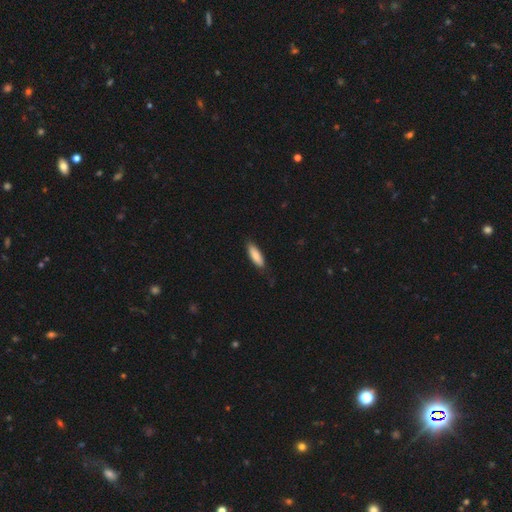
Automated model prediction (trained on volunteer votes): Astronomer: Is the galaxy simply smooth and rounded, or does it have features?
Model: smooth — 85%.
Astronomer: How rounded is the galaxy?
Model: in between — 54% (runner-up: cigar-shaped, 45%).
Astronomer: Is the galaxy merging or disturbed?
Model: none — 79%.